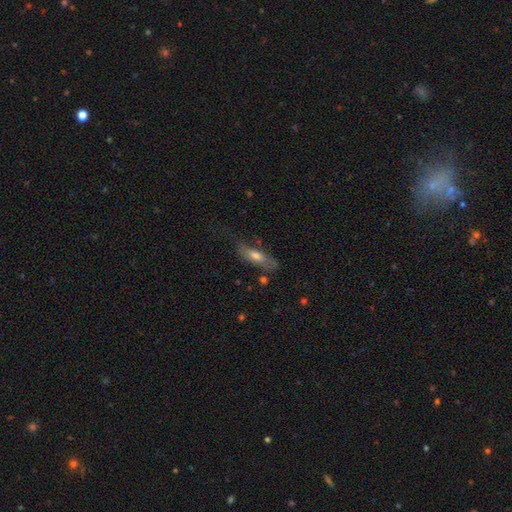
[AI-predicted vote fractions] Smooth or featured? Predicted: smooth (p=0.56). How rounded? Predicted: cigar-shaped (p=0.51). Merging? Predicted: none (p=0.60).